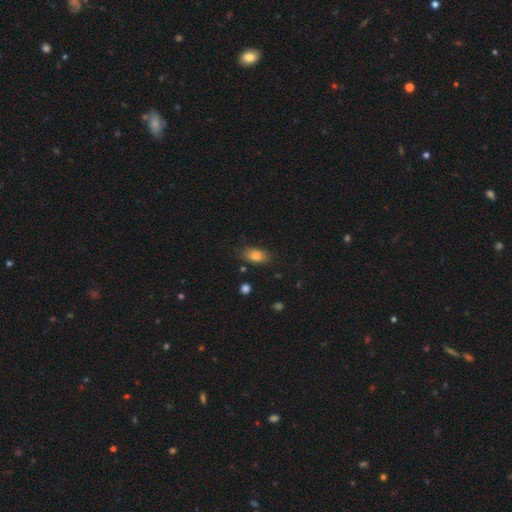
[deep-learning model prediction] Smooth or featured? smooth (84%)
How rounded? in between (88%)
Merging? none (78%)